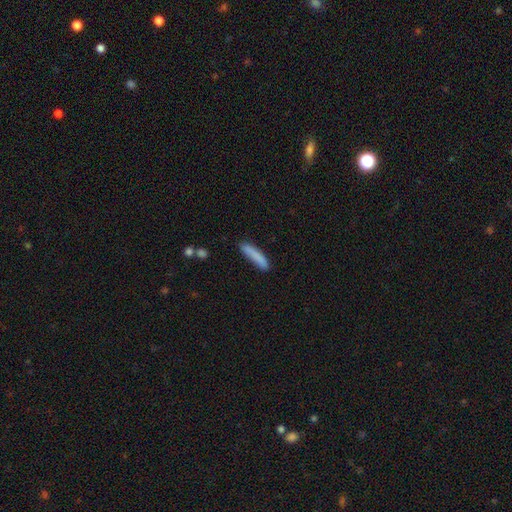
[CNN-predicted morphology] This appears to be a smooth galaxy with no disk features (84%) that is cigar-shaped (86%). Merging: none (81%).